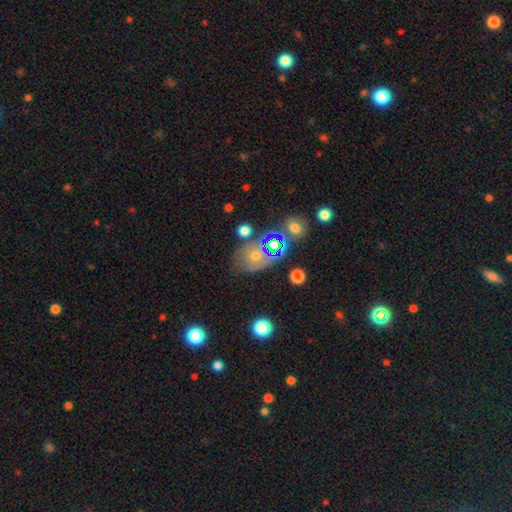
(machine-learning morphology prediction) type=smooth (46%); merging=none (51%).